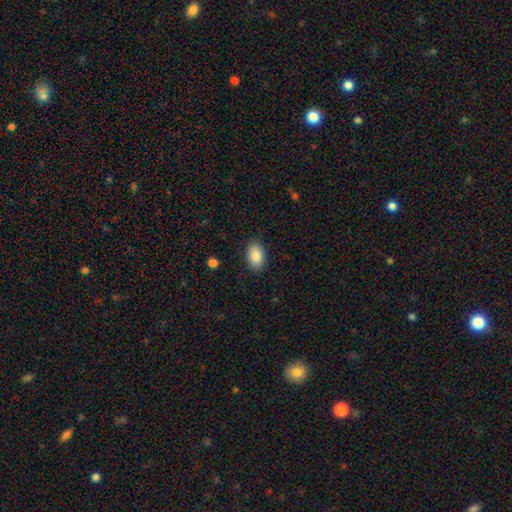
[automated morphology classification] Smooth or featured? Predicted: smooth (p=0.89). How rounded? Predicted: in between (p=0.92). Merging? Predicted: none (p=0.88).